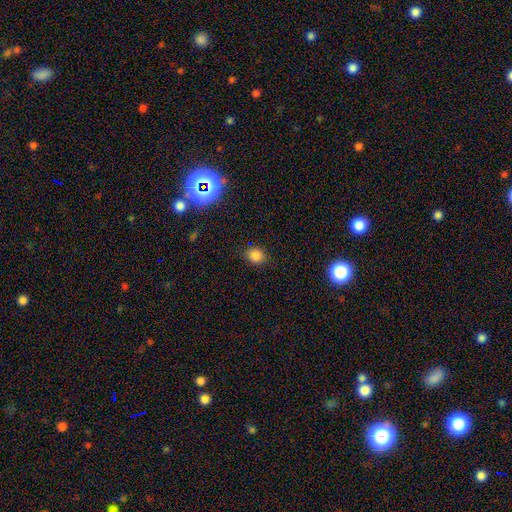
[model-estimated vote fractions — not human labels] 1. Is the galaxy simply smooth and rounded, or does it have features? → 81% smooth, 14% star or artifact, 5% featured or disk.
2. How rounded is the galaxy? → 70% round, 29% in between, 1% cigar-shaped.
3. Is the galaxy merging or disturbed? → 83% none, 13% minor disturbance, 3% major disturbance, 1% merger.